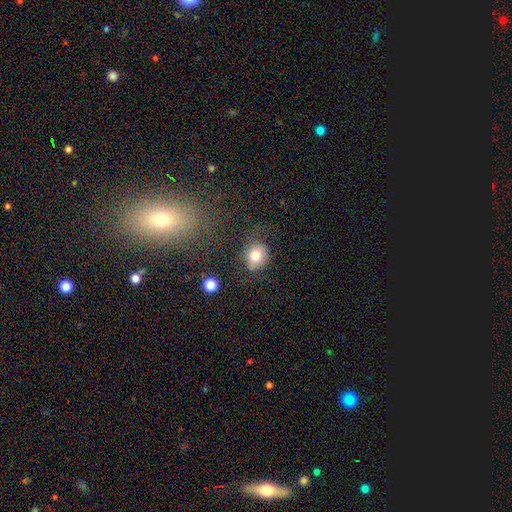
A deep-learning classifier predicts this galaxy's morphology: Smooth or featured?
  - smooth: 76% *
  - featured or disk: 14%
  - star or artifact: 10%
How rounded?
  - round: 64% *
  - in between: 35%
  - cigar-shaped: 1%
Merging?
  - none: 64% *
  - minor disturbance: 23%
  - major disturbance: 11%
  - merger: 3%